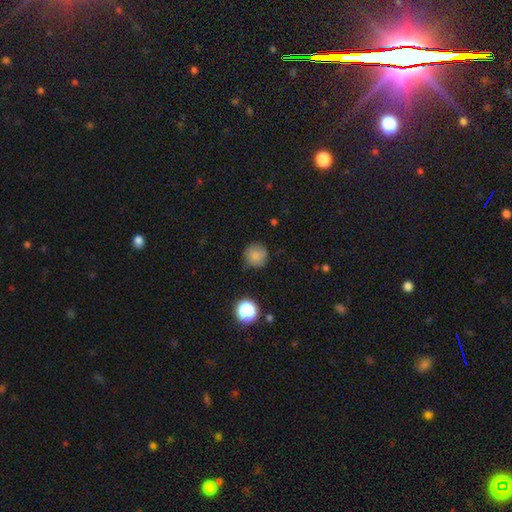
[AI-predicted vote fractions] This is clearly a smooth galaxy (82%). How rounded: clearly round (94%). Merging: clearly none (82%).